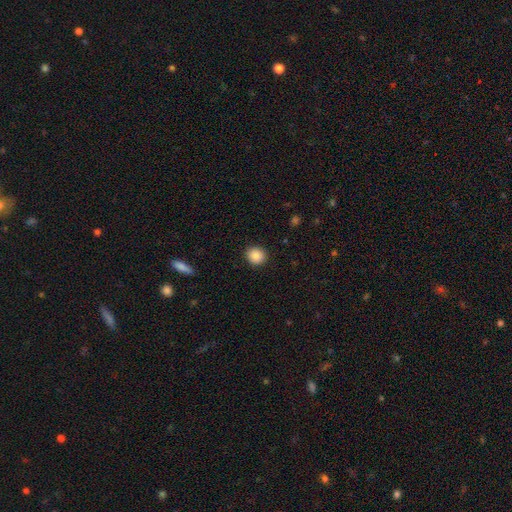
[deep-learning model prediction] Smooth or featured: smooth — 88% (star or artifact — 9%)
How rounded: round — 81% (in between — 18%)
Merging: none — 91% (minor disturbance — 6%)